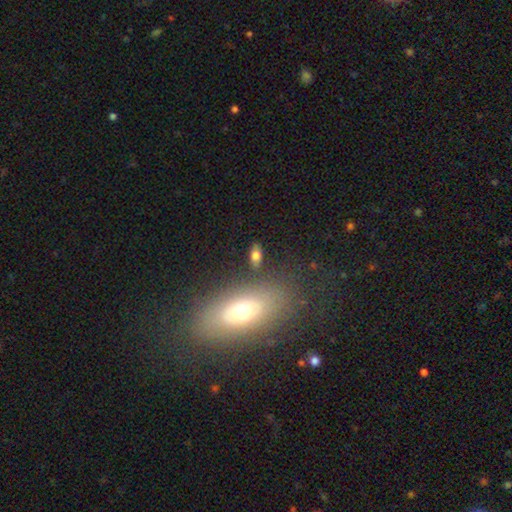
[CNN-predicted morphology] A smooth galaxy with no disk features (68%) that is in between round and cigar-shaped (81%).

Vote fractions:
- Smooth or featured? smooth: 68% / featured or disk: 19% / star or artifact: 12%
- How rounded? in between: 81% / cigar-shaped: 10% / round: 9%
- Merging? none: 80% / minor disturbance: 11% / merger: 5% / major disturbance: 4%